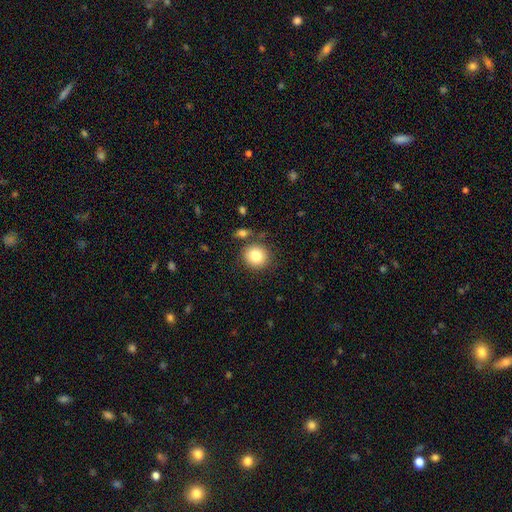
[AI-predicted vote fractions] Smooth or featured? Predicted: smooth (p=0.83). How rounded? Predicted: round (p=0.88). Merging? Predicted: none (p=0.81).